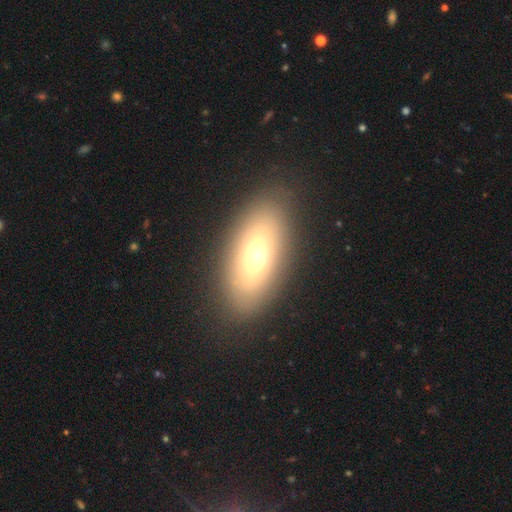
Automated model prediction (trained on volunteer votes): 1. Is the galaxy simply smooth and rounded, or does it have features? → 64% smooth, 27% featured or disk, 9% star or artifact.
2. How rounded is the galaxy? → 86% in between, 9% cigar-shaped, 5% round.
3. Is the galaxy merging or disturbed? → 86% none, 9% minor disturbance, 4% major disturbance, 1% merger.